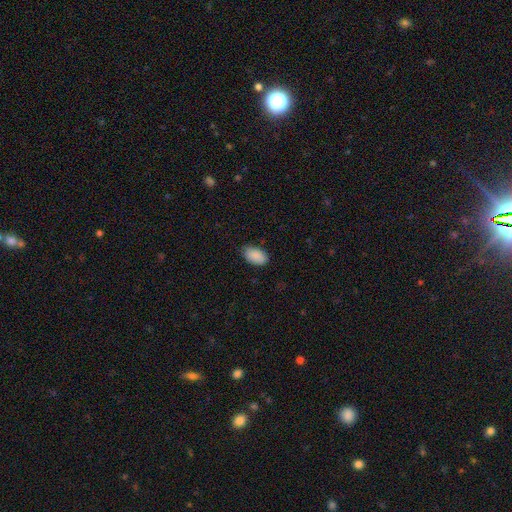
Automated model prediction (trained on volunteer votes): smooth 90%, star or artifact 6%, featured or disk 3%. Down the decision tree: how rounded — in between (94%); merging — none (81%).